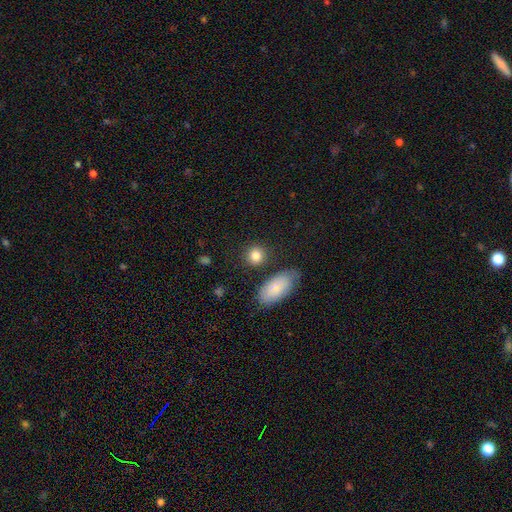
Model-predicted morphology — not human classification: Smooth or featured? Predicted: smooth (p=0.84). How rounded? Predicted: round (p=0.80). Merging? Predicted: none (p=0.80).